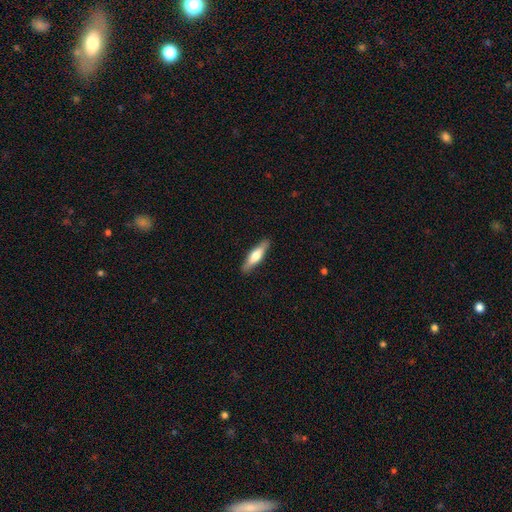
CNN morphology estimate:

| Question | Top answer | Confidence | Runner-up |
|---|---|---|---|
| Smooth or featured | smooth | 51% | featured or disk (44%) |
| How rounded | cigar-shaped | 71% | in between (27%) |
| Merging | none | 89% | minor disturbance (8%) |